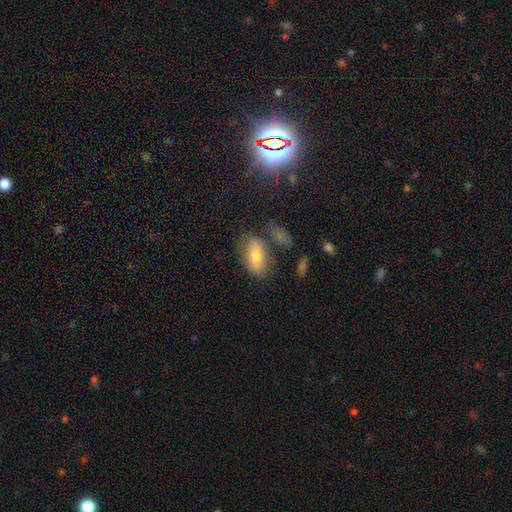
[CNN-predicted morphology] Q: Smooth or featured?
A: smooth (66%); runner-up: featured or disk (22%)
Q: How rounded?
A: in between (88%); runner-up: cigar-shaped (8%)
Q: Merging?
A: none (67%); runner-up: minor disturbance (17%)